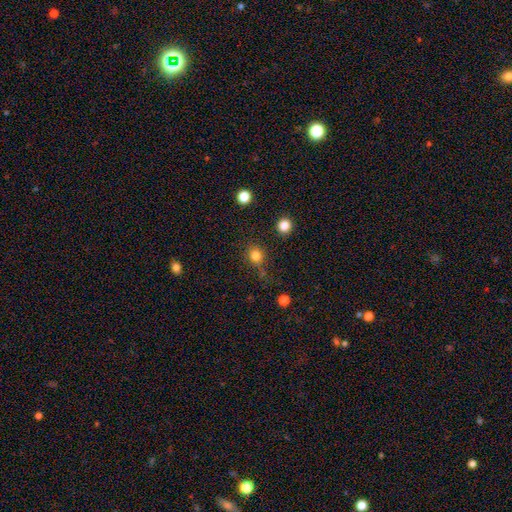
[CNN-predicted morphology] Smooth or featured?
  - smooth: 80% *
  - star or artifact: 14%
  - featured or disk: 5%
How rounded?
  - round: 86% *
  - in between: 13%
  - cigar-shaped: 1%
Merging?
  - none: 74% *
  - minor disturbance: 14%
  - merger: 6%
  - major disturbance: 6%